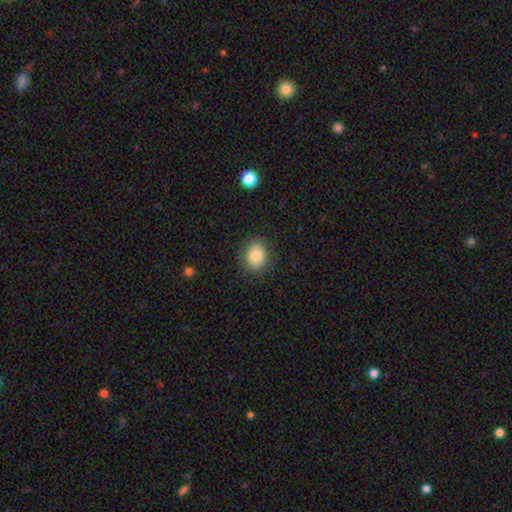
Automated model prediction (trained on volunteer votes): smooth_or_featured: smooth (p=0.82) [alt: featured or disk p=0.09]
how_rounded: in between (p=0.50) [alt: round p=0.49]
merging: none (p=0.86) [alt: minor disturbance p=0.10]